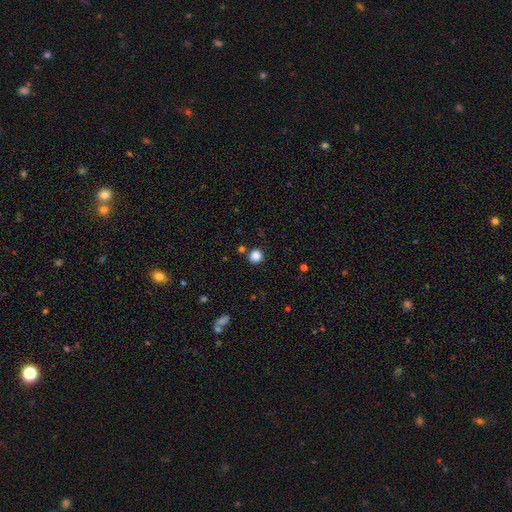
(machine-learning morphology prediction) Overall: smooth (85%). How rounded: round (91%). Merging: none (85%).